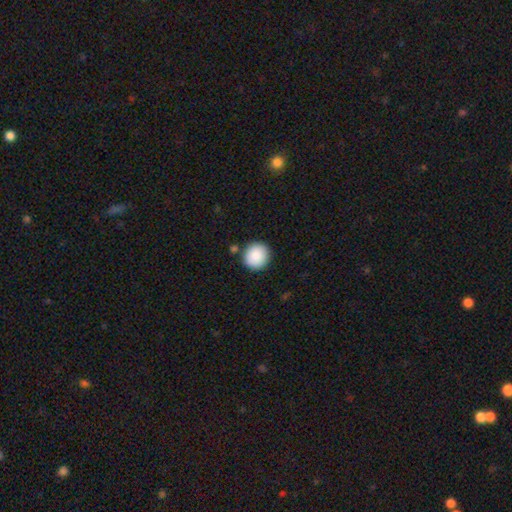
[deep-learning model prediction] A smooth galaxy with no disk features (89%) that is round (90%). Merging: none (86%).